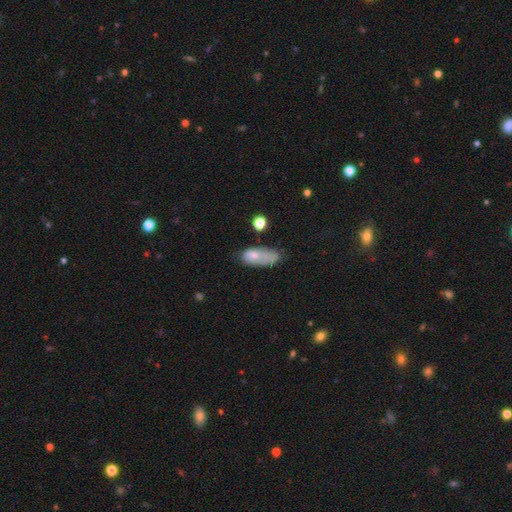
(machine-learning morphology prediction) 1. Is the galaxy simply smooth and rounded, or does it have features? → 71% smooth, 20% featured or disk, 9% star or artifact.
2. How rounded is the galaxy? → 84% in between, 12% cigar-shaped, 4% round.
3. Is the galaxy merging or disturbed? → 38% none, 33% minor disturbance, 19% major disturbance, 10% merger.